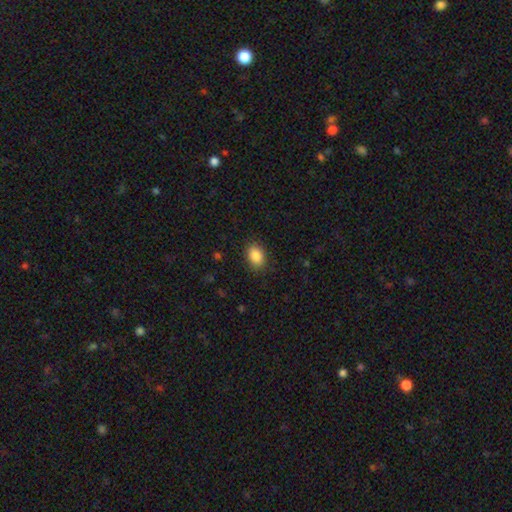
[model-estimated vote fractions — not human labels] smooth 88%, star or artifact 8%, featured or disk 4%. Down the decision tree: how rounded — in between (80%); merging — none (87%).